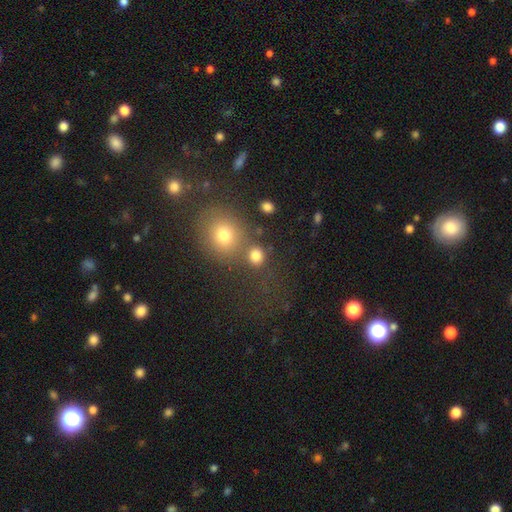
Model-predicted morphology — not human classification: A smooth galaxy with no disk features (80%) that is round (82%).

Vote fractions:
- Smooth or featured? smooth: 80% / star or artifact: 14% / featured or disk: 6%
- How rounded? round: 82% / in between: 17% / cigar-shaped: 1%
- Merging? none: 65% / merger: 21% / minor disturbance: 9% / major disturbance: 5%